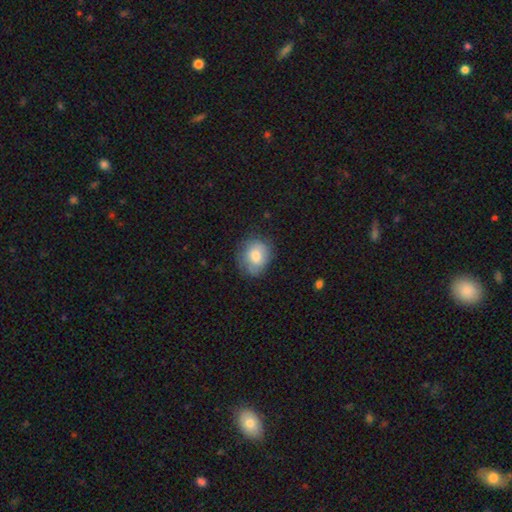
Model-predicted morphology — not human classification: A smooth galaxy with no disk features (72%) that is round (62%).

Vote fractions:
- Smooth or featured? smooth: 72% / featured or disk: 20% / star or artifact: 8%
- How rounded? round: 62% / in between: 37% / cigar-shaped: 1%
- Merging? none: 69% / minor disturbance: 23% / major disturbance: 7% / merger: 1%